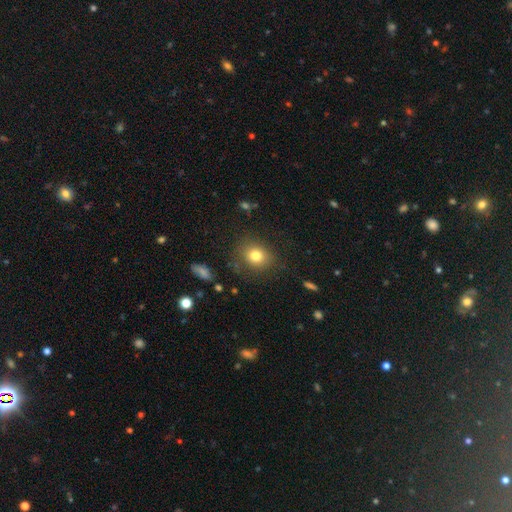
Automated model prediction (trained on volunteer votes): smooth 78%, star or artifact 12%, featured or disk 10%. Down the decision tree: how rounded — round (73%); merging — none (81%).